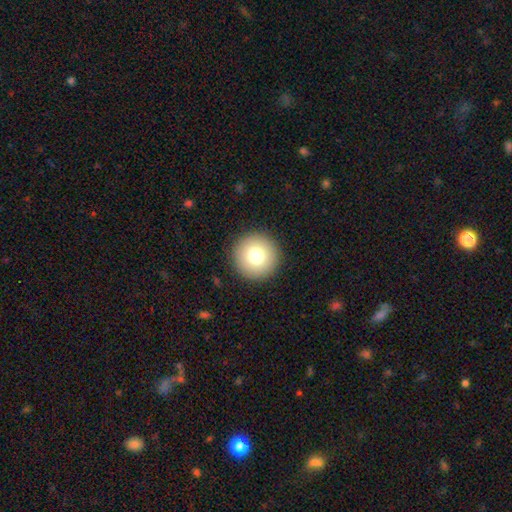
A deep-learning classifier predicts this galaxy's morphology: A smooth galaxy with no disk features (78%) that is round (96%). Merging: none (93%).